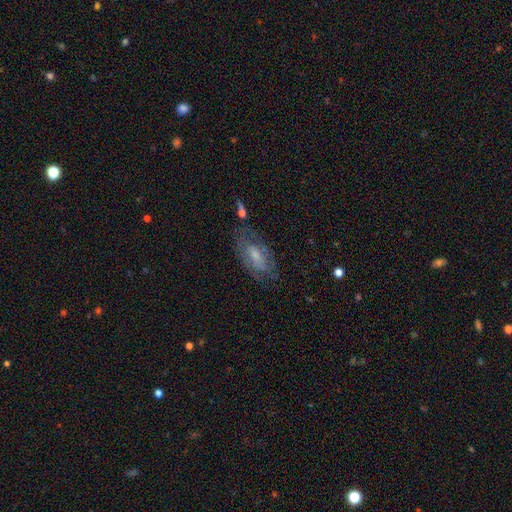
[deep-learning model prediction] Smooth or featured? featured or disk (54%)
Edge-on disk? no (91%)
Merging? none (61%)